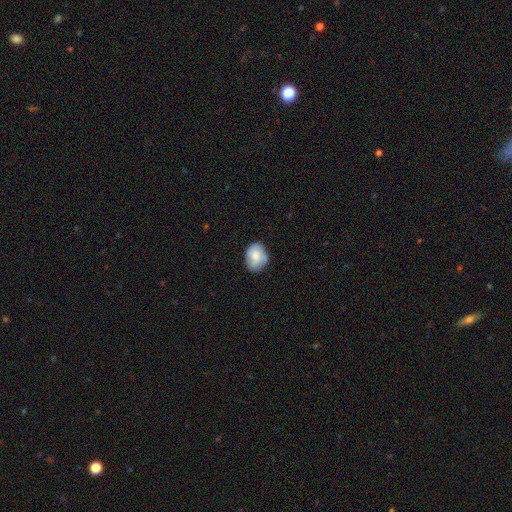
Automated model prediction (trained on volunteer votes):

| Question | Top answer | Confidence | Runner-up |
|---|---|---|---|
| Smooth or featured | smooth | 75% | featured or disk (18%) |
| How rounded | in between | 51% | round (48%) |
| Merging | none | 71% | minor disturbance (23%) |